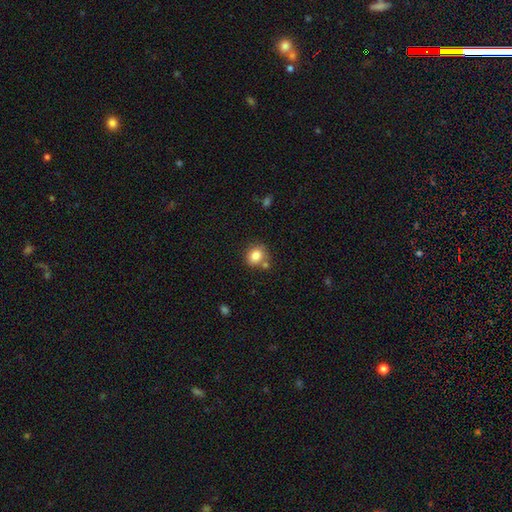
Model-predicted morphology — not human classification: Smooth or featured: smooth — 83% (star or artifact — 10%)
How rounded: round — 71% (in between — 28%)
Merging: none — 70% (merger — 13%)